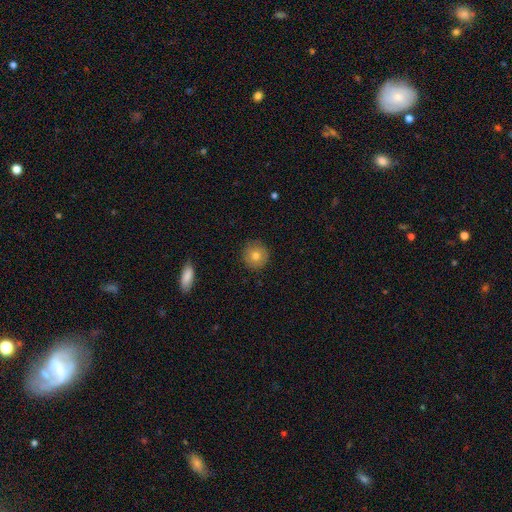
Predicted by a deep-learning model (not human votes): Overall: smooth (77%). How rounded: round (94%). Merging: none (89%).